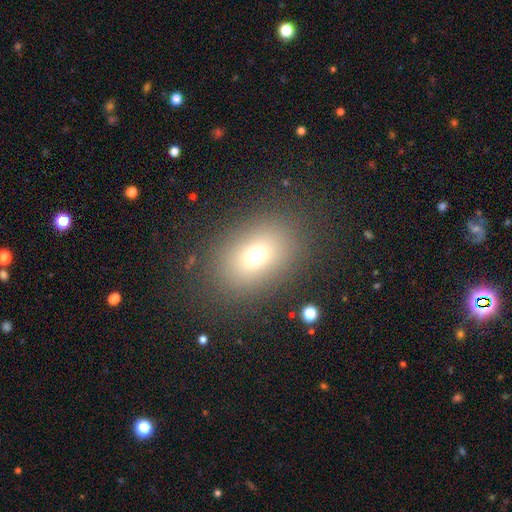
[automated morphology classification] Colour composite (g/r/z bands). It shows a smooth galaxy with no disk features (70%) that is in between round and cigar-shaped (68%). Merging: none (84%).